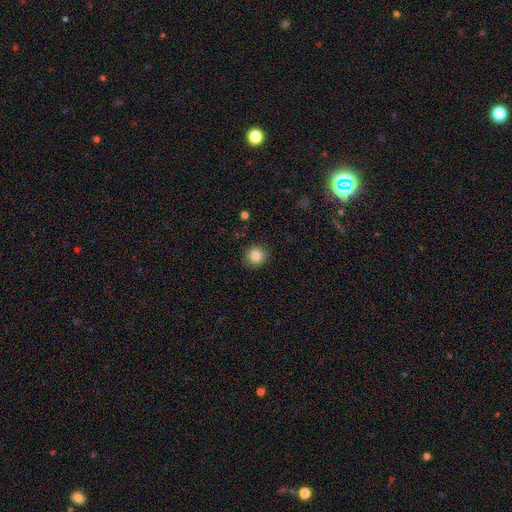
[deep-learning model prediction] Smooth or featured: smooth — 84% (star or artifact — 10%)
How rounded: round — 89% (in between — 10%)
Merging: none — 89% (minor disturbance — 8%)